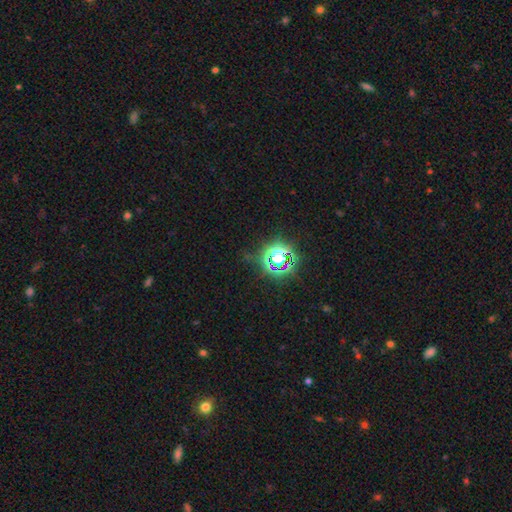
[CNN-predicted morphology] A star or artifact, not a galaxy (77%).

Vote fractions:
- Smooth or featured? star or artifact: 77% / smooth: 15% / featured or disk: 7%